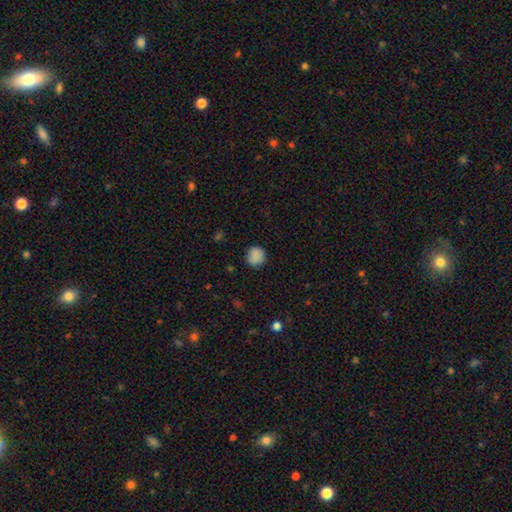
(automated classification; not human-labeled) Smooth or featured: smooth — 85% (star or artifact — 10%)
How rounded: round — 84% (in between — 15%)
Merging: none — 80% (minor disturbance — 15%)